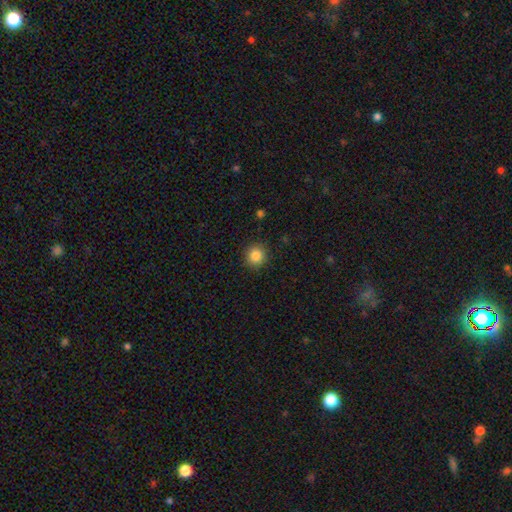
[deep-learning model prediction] This appears to be a smooth galaxy with no disk features (85%) that is round (93%). Merging: none (91%).